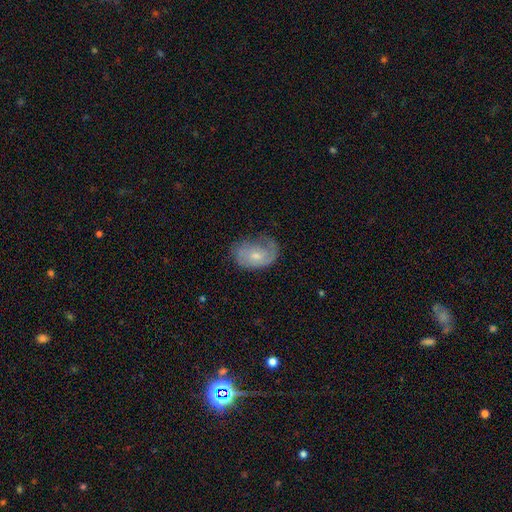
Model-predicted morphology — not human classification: A featured or disk galaxy (59%) with no bar (68%), spiral arms (82%) and a small central bulge (48%). Merging: none (57%).